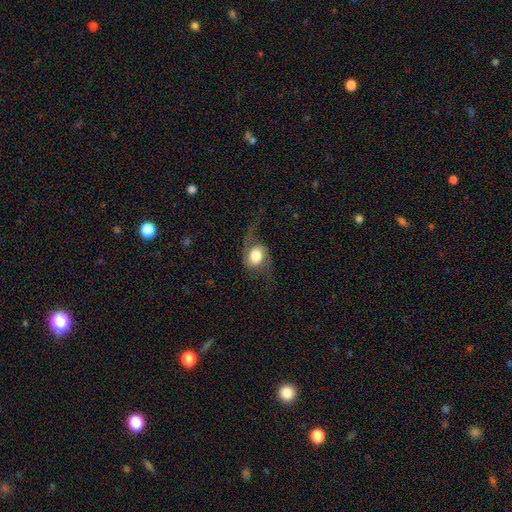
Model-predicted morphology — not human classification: Smooth or featured? featured or disk (67%)
Edge-on disk? no (94%)
Bar? no (63%)
Spiral arms? yes (91%)
Spiral winding? loose (74%)
Spiral arm count? 2 (89%)
Bulge size? large (46%)
Merging? none (57%)